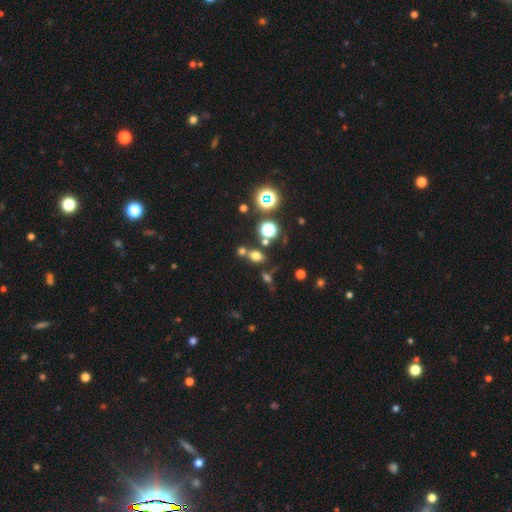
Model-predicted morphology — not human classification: Smooth or featured? smooth (64%)
How rounded? in between (56%)
Merging? none (65%)